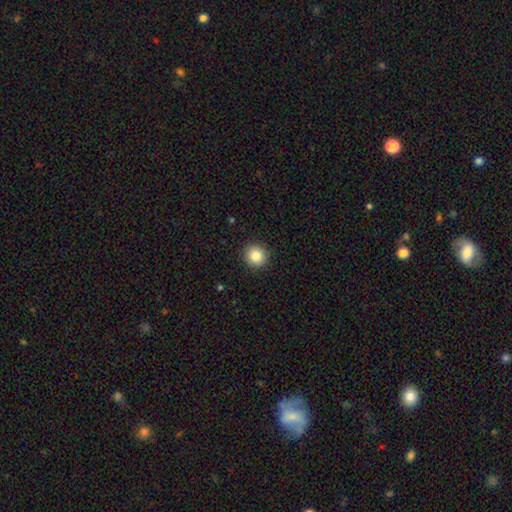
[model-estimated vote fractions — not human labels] smooth 85%, star or artifact 9%, featured or disk 6%. Down the decision tree: how rounded — round (91%); merging — none (91%).